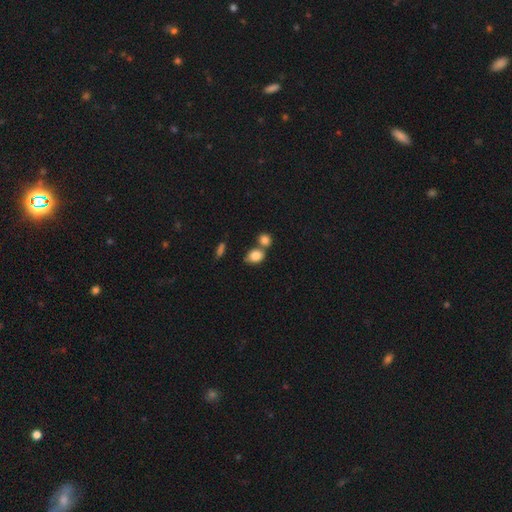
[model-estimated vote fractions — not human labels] This appears to be a smooth galaxy with no disk features (84%) that is in between round and cigar-shaped (58%). Merging: none (45%).